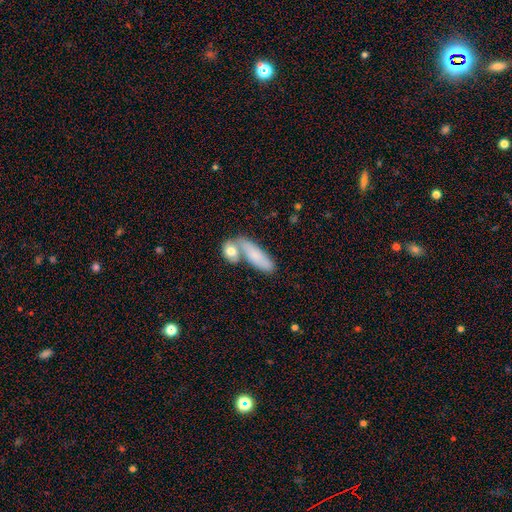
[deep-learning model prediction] A smooth galaxy with no disk features (76%) that is in between round and cigar-shaped (56%).

Vote fractions:
- Smooth or featured? smooth: 76% / featured or disk: 18% / star or artifact: 6%
- How rounded? in between: 56% / cigar-shaped: 39% / round: 5%
- Merging? none: 42% / merger: 38% / minor disturbance: 14% / major disturbance: 6%